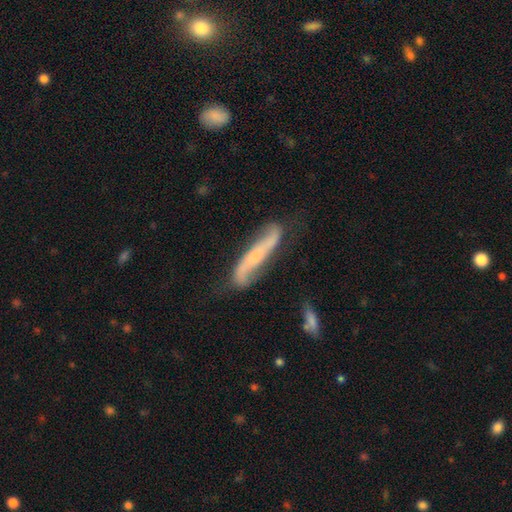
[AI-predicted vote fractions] This is likely a featured or disk galaxy (78%). It is likely not viewed edge-on (71%). Bar: marginally no (44%). Spiral arm pattern: clearly yes (93%). Spiral arm count: clearly 2 (90%). Spiral winding: likely loose (63%). Central bulge: likely small (64%). Merging: likely none (74%).